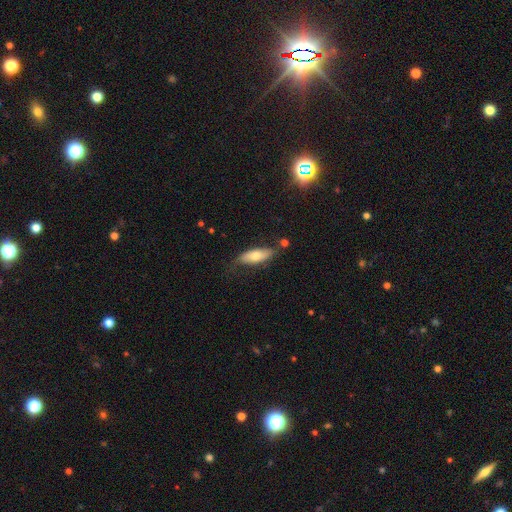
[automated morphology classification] The model was most divided on "smooth or featured": smooth: 60%, featured or disk: 34%, star or artifact: 6%. More confident: how rounded — in between (68%); merging — none (64%).